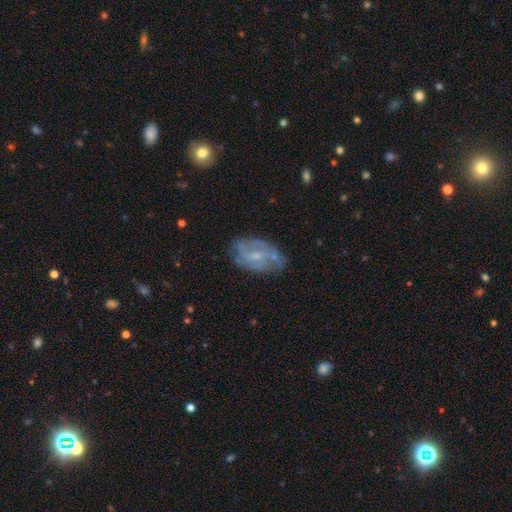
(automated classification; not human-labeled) Q: Smooth or featured?
A: featured or disk (68%); runner-up: smooth (25%)
Q: Edge-on disk?
A: no (96%); runner-up: yes (4%)
Q: Bar?
A: weak (51%); runner-up: no (39%)
Q: Spiral arms?
A: yes (76%); runner-up: no (24%)
Q: Bulge size?
A: small (54%); runner-up: moderate (31%)
Q: Merging?
A: none (62%); runner-up: minor disturbance (25%)